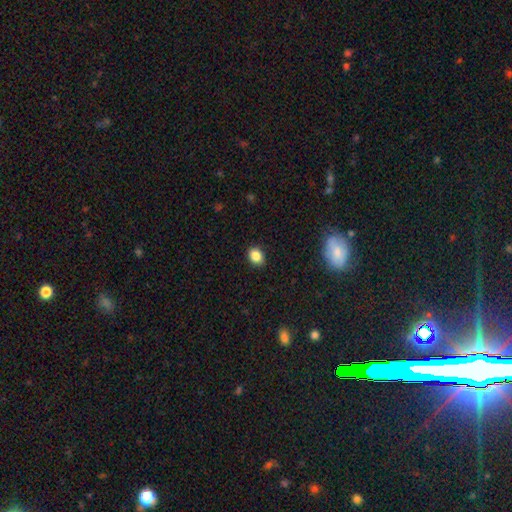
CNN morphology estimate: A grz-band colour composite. It shows a smooth galaxy with no disk features (85%) that is in between round and cigar-shaped (56%). Merging: none (89%).